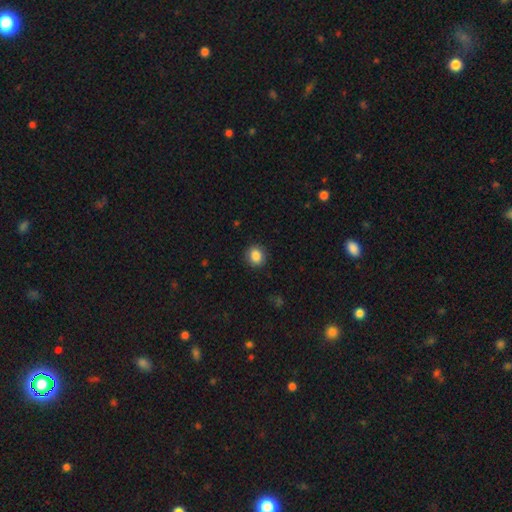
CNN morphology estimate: Smooth or featured? Predicted: smooth (p=0.86). How rounded? Predicted: round (p=0.77). Merging? Predicted: none (p=0.90).